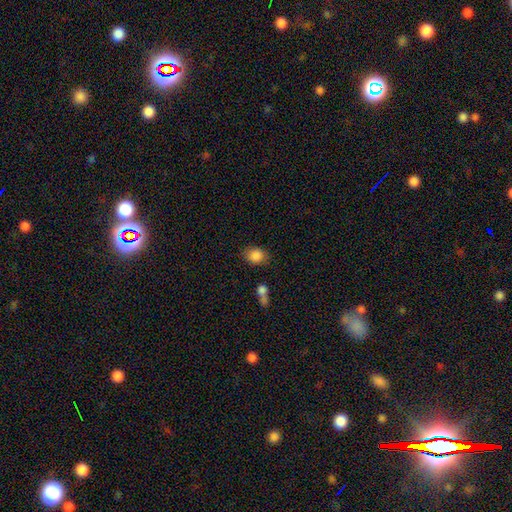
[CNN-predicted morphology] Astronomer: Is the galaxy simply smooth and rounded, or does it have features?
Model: smooth — 87%.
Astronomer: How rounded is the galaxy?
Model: round — 53% (runner-up: in between, 46%).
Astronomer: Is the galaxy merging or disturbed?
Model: none — 75%.